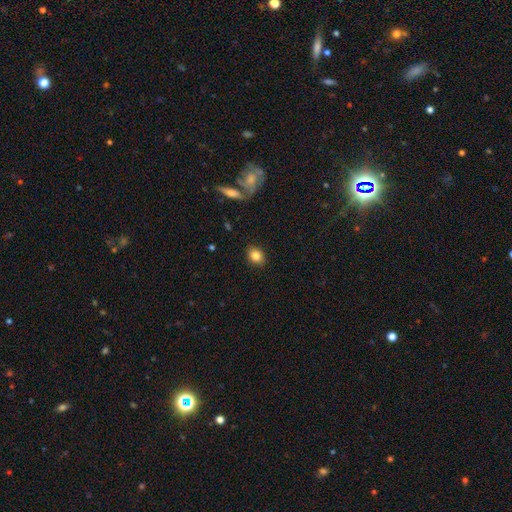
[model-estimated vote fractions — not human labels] smooth-or-featured: smooth: 84% | star or artifact: 9% | featured or disk: 7%
  how-rounded: in between: 54% | round: 45% | cigar-shaped: 1%
  merging: none: 89% | minor disturbance: 8% | major disturbance: 2% | merger: 1%